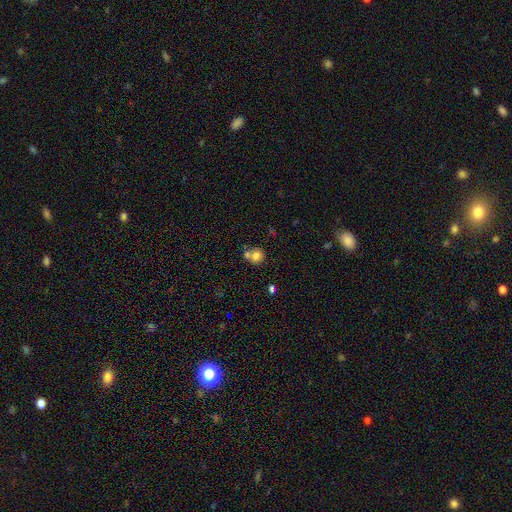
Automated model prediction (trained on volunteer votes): Overall: smooth (76%). How rounded: round (84%). Merging: none (47%; merger 39%).